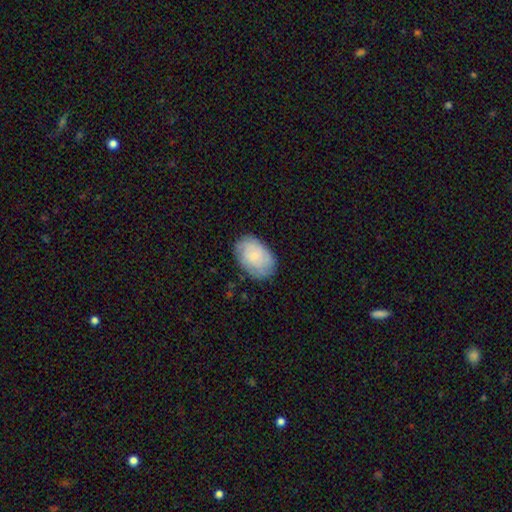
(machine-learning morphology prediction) This is likely a smooth galaxy (64%). How rounded: clearly in between (87%). Merging: likely none (78%).